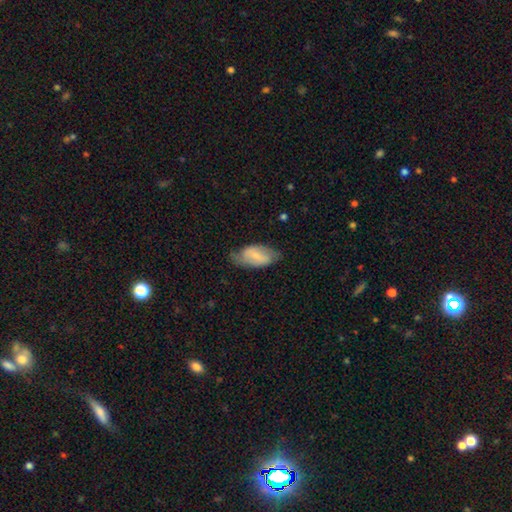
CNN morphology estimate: Q: Smooth or featured?
A: smooth (55%); runner-up: featured or disk (39%)
Q: How rounded?
A: in between (92%); runner-up: cigar-shaped (4%)
Q: Merging?
A: none (65%); runner-up: minor disturbance (26%)